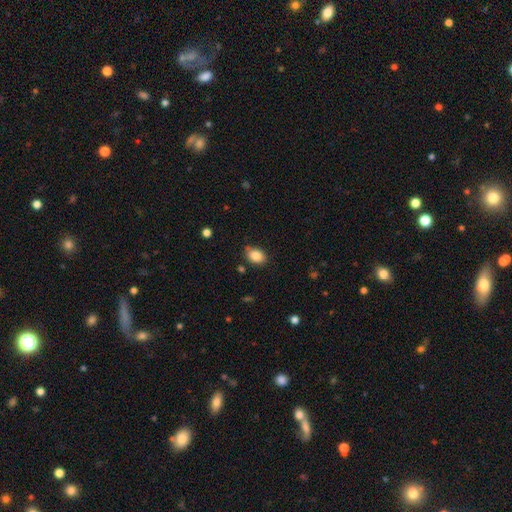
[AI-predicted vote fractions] A smooth galaxy with no disk features (86%) that is in between round and cigar-shaped (80%). Merging: none (77%).